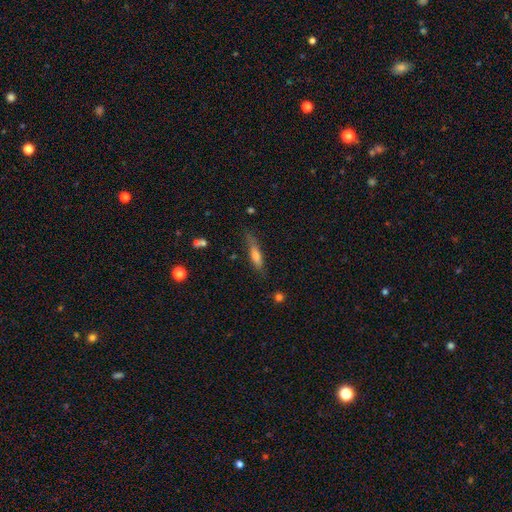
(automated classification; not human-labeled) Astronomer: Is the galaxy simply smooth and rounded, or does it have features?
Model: smooth — 60%.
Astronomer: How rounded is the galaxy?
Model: cigar-shaped — 76%.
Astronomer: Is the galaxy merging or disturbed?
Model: none — 68%.